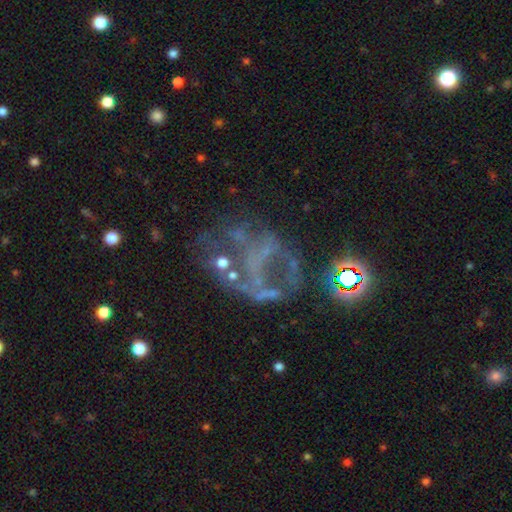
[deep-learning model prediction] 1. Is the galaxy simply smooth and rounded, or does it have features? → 57% featured or disk, 29% star or artifact, 15% smooth.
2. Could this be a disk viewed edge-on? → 98% no, 2% yes.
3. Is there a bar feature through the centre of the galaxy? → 82% no, 12% weak, 6% strong.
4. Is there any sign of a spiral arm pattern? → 79% no, 21% yes.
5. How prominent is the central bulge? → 78% none, 13% small, 6% moderate, 2% large, 1% dominant.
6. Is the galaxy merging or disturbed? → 39% none, 37% major disturbance, 16% minor disturbance, 8% merger.